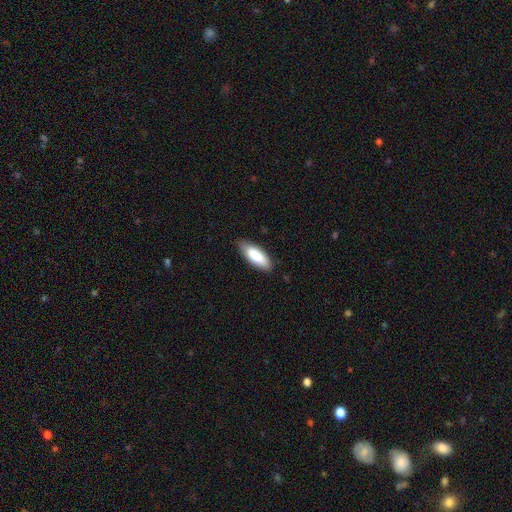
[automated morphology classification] A smooth galaxy with no disk features (85%) that is in between round and cigar-shaped (71%).

Vote fractions:
- Smooth or featured? smooth: 85% / featured or disk: 9% / star or artifact: 5%
- How rounded? in between: 71% / cigar-shaped: 27% / round: 2%
- Merging? none: 83% / minor disturbance: 13% / major disturbance: 2% / merger: 1%